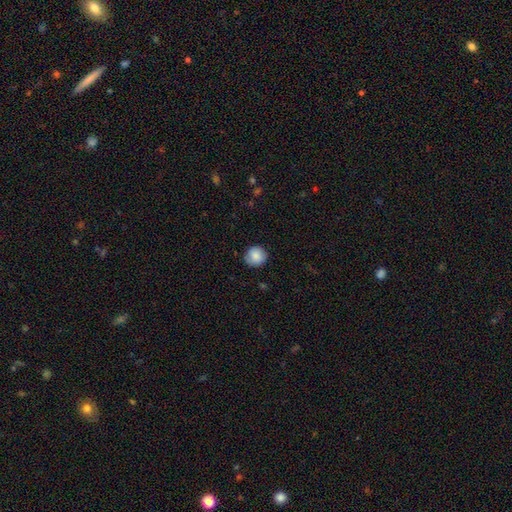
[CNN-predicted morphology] A smooth galaxy with no disk features (87%) that is round (91%). Merging: none (85%).